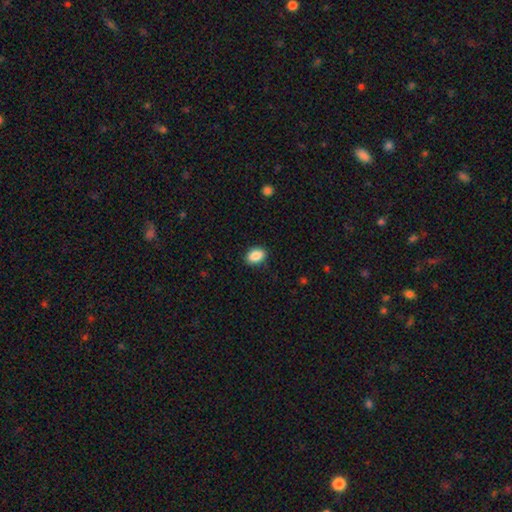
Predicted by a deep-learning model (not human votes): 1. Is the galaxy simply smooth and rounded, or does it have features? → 88% smooth, 8% star or artifact, 4% featured or disk.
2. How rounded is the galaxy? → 80% in between, 19% round, 1% cigar-shaped.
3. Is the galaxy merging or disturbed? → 89% none, 8% minor disturbance, 2% major disturbance, 1% merger.